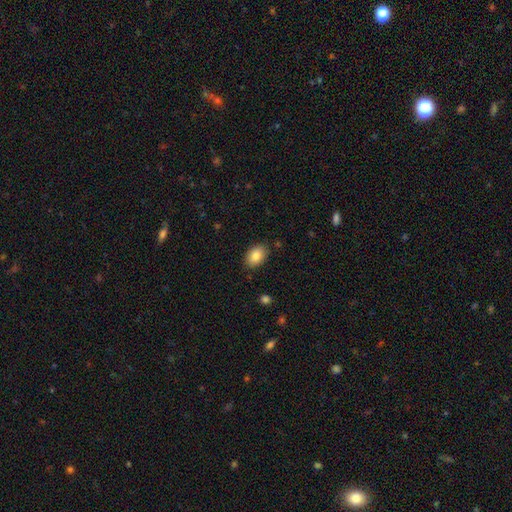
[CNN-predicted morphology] A smooth galaxy with no disk features (86%) that is in between round and cigar-shaped (88%).

Vote fractions:
- Smooth or featured? smooth: 86% / star or artifact: 7% / featured or disk: 7%
- How rounded? in between: 88% / round: 11% / cigar-shaped: 1%
- Merging? none: 86% / minor disturbance: 10% / major disturbance: 2% / merger: 1%